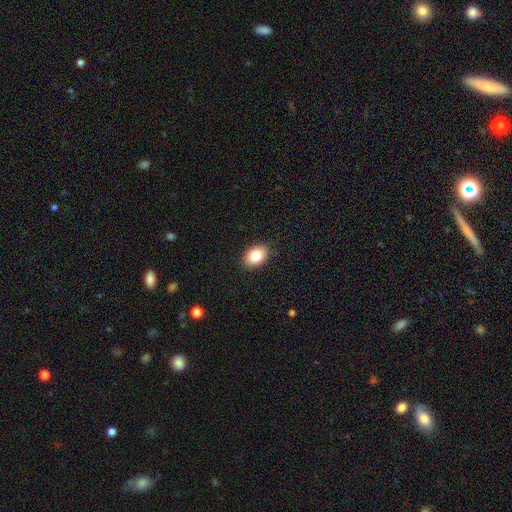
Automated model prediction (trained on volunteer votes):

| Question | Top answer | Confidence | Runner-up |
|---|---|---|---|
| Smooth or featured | smooth | 84% | featured or disk (8%) |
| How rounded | in between | 82% | round (17%) |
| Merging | none | 88% | minor disturbance (9%) |